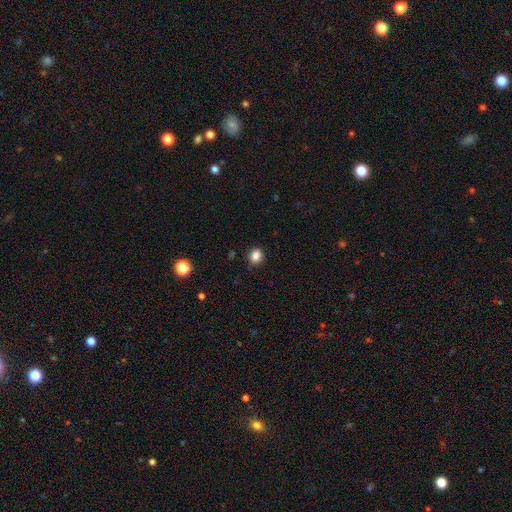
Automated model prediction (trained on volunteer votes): Smooth or featured?
  - smooth: 85% *
  - star or artifact: 11%
  - featured or disk: 4%
How rounded?
  - round: 61% *
  - in between: 38%
  - cigar-shaped: 1%
Merging?
  - none: 86% *
  - minor disturbance: 10%
  - major disturbance: 2%
  - merger: 1%